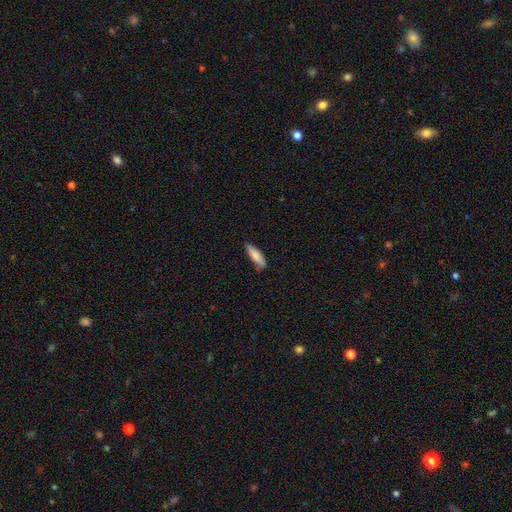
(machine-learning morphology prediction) type=smooth (82%); roundness=cigar-shaped (59%); merging=none (77%).